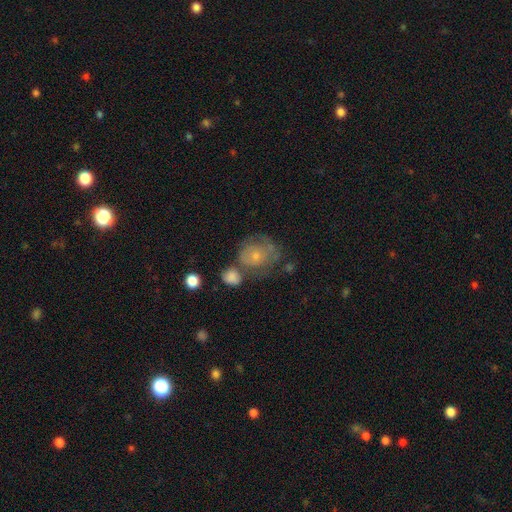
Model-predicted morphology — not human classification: This appears to be a featured or disk galaxy (47%). Merging: none (40%).